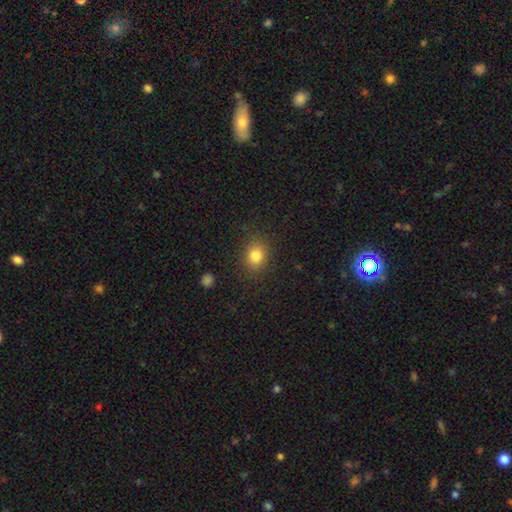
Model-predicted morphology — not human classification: smooth_or_featured: smooth (p=0.83) [alt: star or artifact p=0.11]
how_rounded: round (p=0.63) [alt: in between p=0.36]
merging: none (p=0.86) [alt: minor disturbance p=0.09]